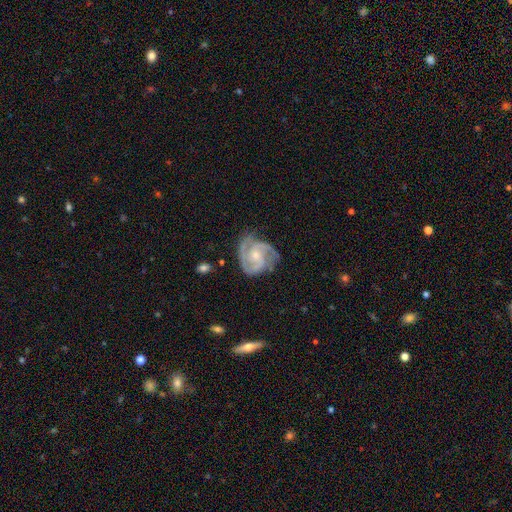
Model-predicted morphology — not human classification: smooth_or_featured: featured or disk (p=0.90) [alt: smooth p=0.06]
disk_edge_on: no (p=0.98) [alt: yes p=0.02]
bar: no (p=0.63) [alt: weak p=0.30]
has_spiral_arms: yes (p=0.98) [alt: no p=0.02]
spiral_winding: tight (p=0.47) [alt: medium p=0.46]
spiral_arm_count: 3 (p=0.46) [alt: 2 p=0.36]
bulge_size: small (p=0.63) [alt: moderate p=0.32]
merging: none (p=0.67) [alt: minor disturbance p=0.22]